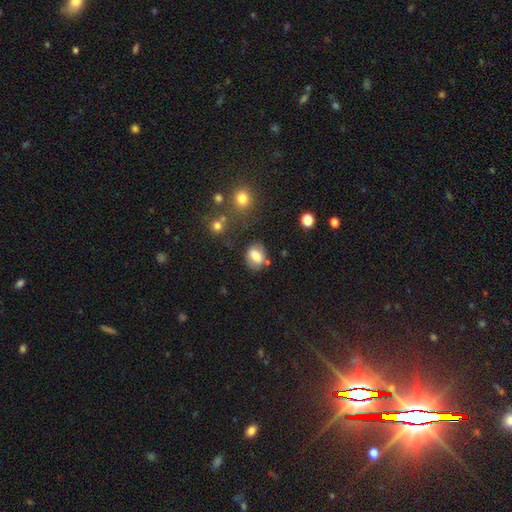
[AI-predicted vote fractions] This is likely a smooth galaxy (77%). How rounded: likely in between (69%). Merging: likely none (69%).